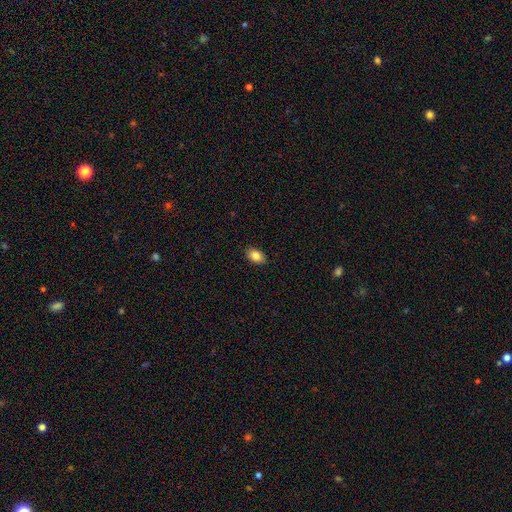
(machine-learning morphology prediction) Smooth or featured? smooth (84%)
How rounded? in between (88%)
Merging? none (89%)